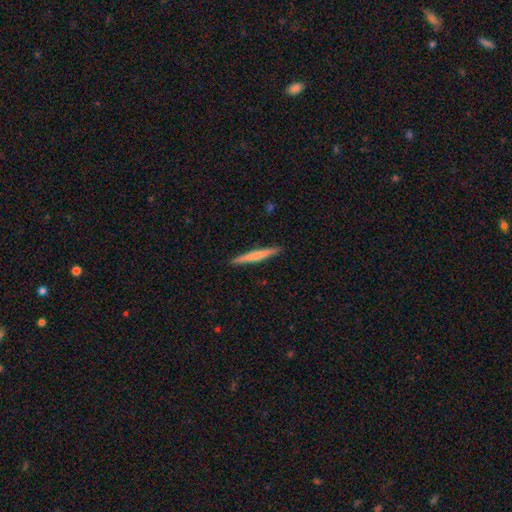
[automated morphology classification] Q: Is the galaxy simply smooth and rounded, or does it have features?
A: smooth — 62%.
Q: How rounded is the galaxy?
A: cigar-shaped — 96%.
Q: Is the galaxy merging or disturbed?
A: none — 91%.